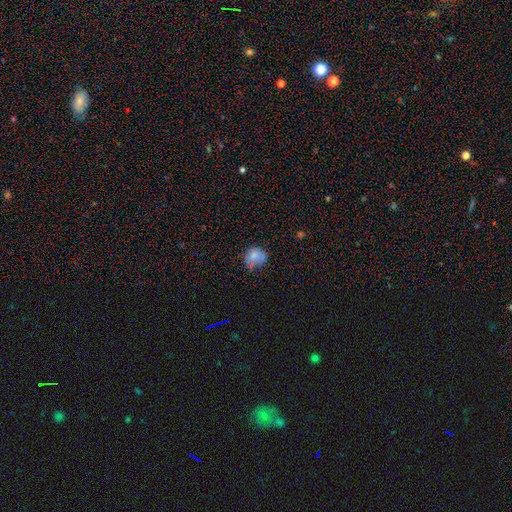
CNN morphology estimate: The model was most divided on "merging": none: 54%, minor disturbance: 27%, major disturbance: 10%, merger: 8%. More confident: smooth or featured — smooth (74%); how rounded — round (68%).